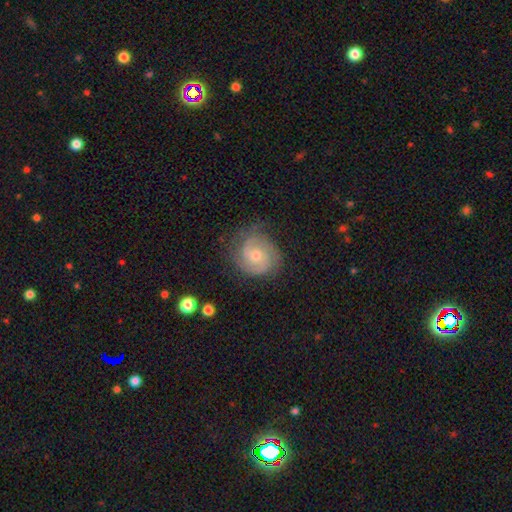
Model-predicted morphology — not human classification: This appears to be a featured or disk galaxy (79%) with no bar (69%), 2 (56%) tight (51%) spiral arms (95%) and a small central bulge (55%). Merging: none (75%).